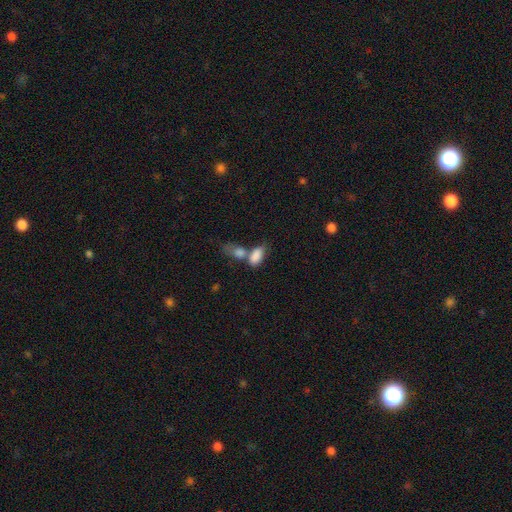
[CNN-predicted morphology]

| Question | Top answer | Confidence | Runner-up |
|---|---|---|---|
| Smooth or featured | smooth | 84% | featured or disk (9%) |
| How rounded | in between | 90% | round (5%) |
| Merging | merger | 56% | none (25%) |